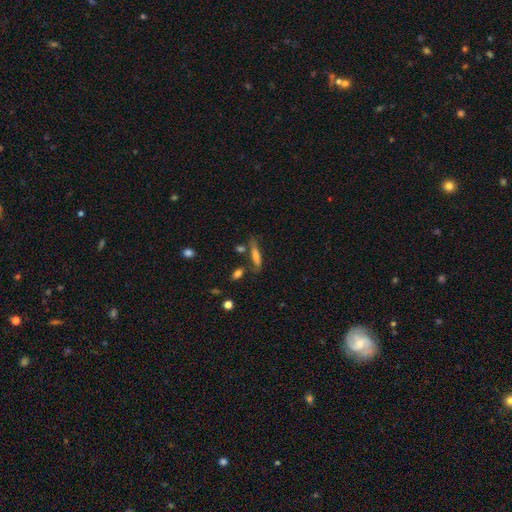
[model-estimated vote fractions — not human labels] Smooth or featured? smooth (57%)
How rounded? cigar-shaped (76%)
Merging? none (65%)